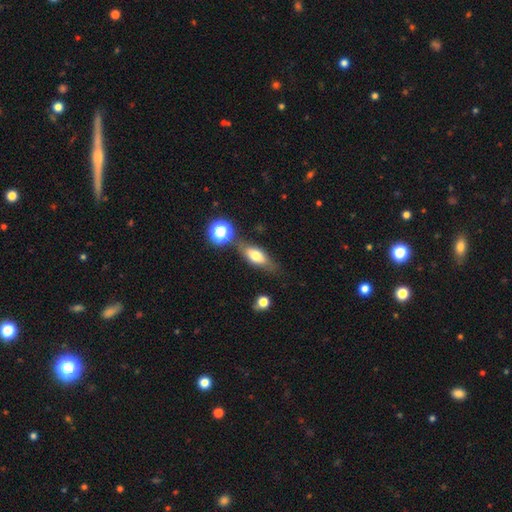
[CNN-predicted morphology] smooth 63%, featured or disk 27%, star or artifact 10%. Down the decision tree: how rounded — in between (71%); merging — none (67%).